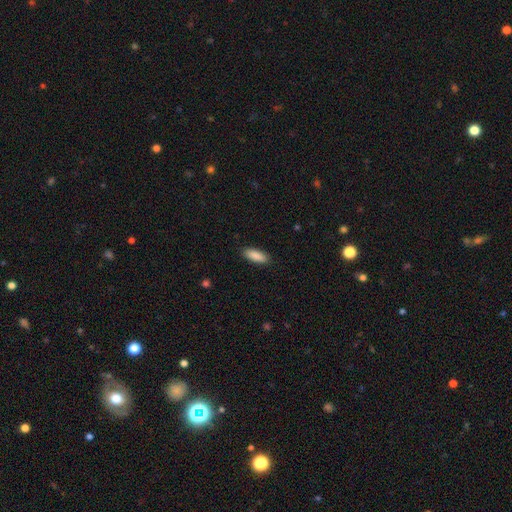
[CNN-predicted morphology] smooth-or-featured: smooth: 88% | star or artifact: 6% | featured or disk: 6%
  how-rounded: in between: 70% | cigar-shaped: 28% | round: 2%
  merging: none: 89% | minor disturbance: 8% | major disturbance: 2% | merger: 1%